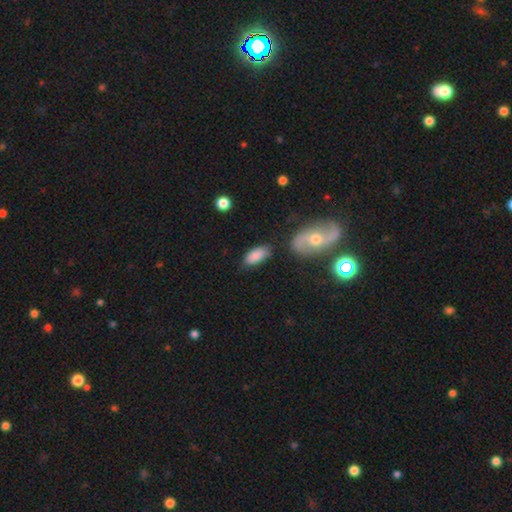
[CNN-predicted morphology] smooth-or-featured: smooth: 84% | featured or disk: 8% | star or artifact: 7%
  how-rounded: in between: 91% | cigar-shaped: 6% | round: 3%
  merging: none: 73% | minor disturbance: 17% | merger: 6% | major disturbance: 5%